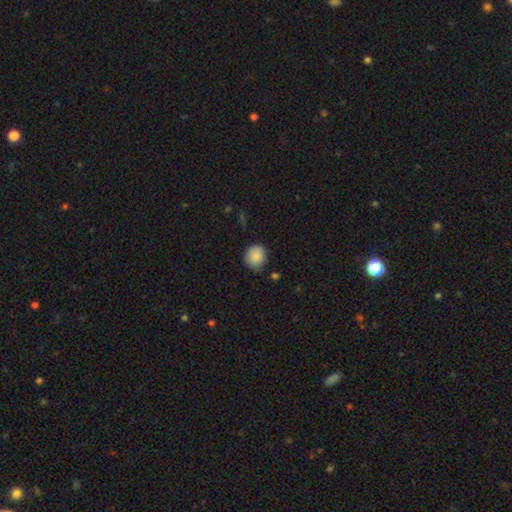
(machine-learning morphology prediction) This appears to be a smooth galaxy with no disk features (88%) that is round (86%). Merging: none (72%).